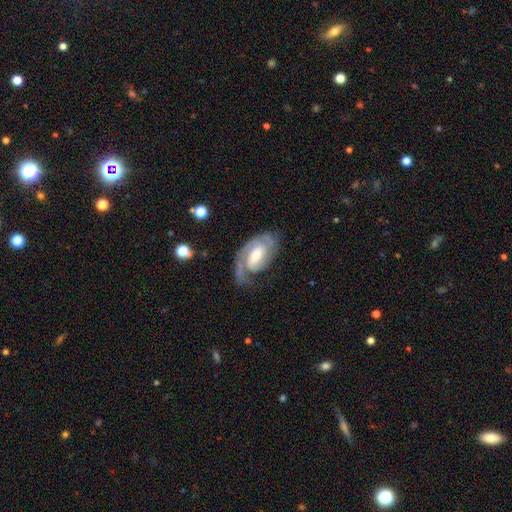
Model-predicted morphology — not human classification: This is clearly a featured or disk galaxy (82%). It is clearly not viewed edge-on (96%). Bar: possibly weak (47%). Spiral arm pattern: clearly yes (92%). Spiral arm count: marginally 2 (42%). Spiral winding: possibly tight (51%). Central bulge: possibly moderate (56%). Merging: possibly none (54%).